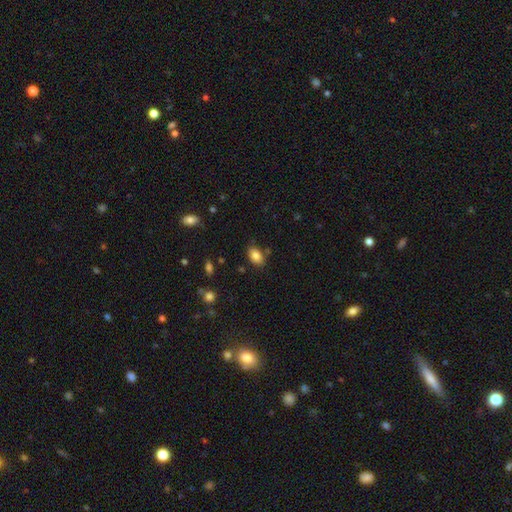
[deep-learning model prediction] smooth_or_featured: smooth (p=0.84) [alt: star or artifact p=0.09]
how_rounded: in between (p=0.85) [alt: round p=0.14]
merging: none (p=0.79) [alt: minor disturbance p=0.13]